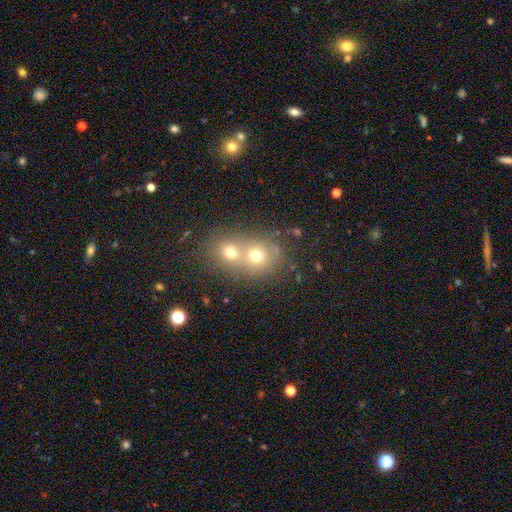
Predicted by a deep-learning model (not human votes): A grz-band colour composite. It shows a smooth galaxy with no disk features (67%) that is round (73%). Merging: merger (63%).